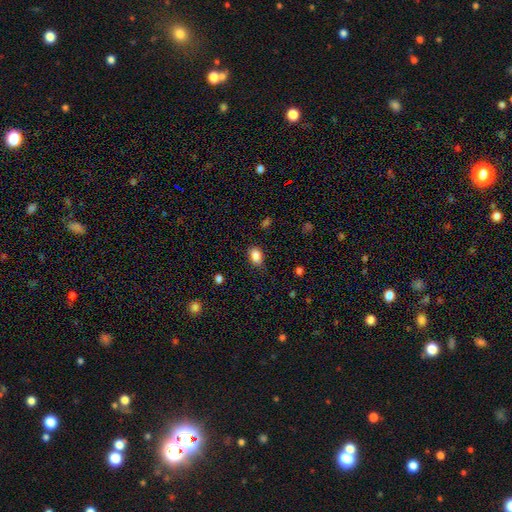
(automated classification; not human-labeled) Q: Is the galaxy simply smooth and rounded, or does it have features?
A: smooth — 87%.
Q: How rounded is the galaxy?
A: in between — 82%.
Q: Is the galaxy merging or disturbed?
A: none — 77%.